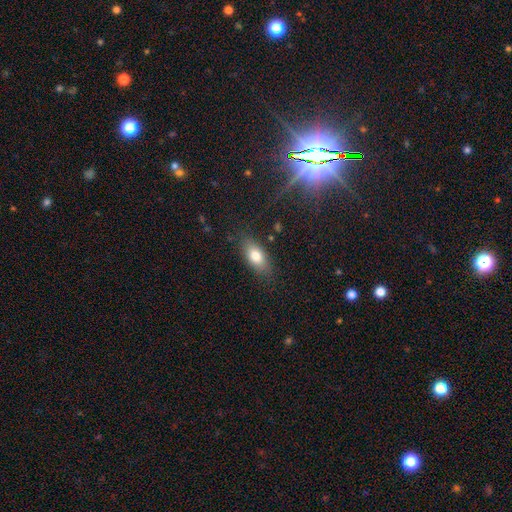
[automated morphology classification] The model was most divided on "smooth or featured": smooth: 75%, featured or disk: 15%, star or artifact: 11%. More confident: merging — none (83%); how rounded — in between (83%).